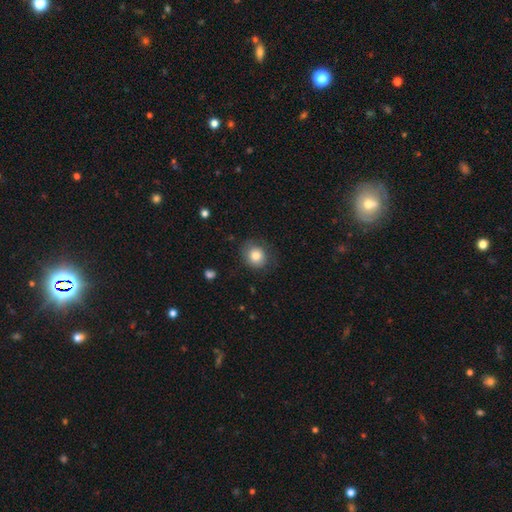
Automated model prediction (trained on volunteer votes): smooth_or_featured: smooth (p=0.81) [alt: featured or disk p=0.10]
how_rounded: round (p=0.80) [alt: in between p=0.19]
merging: none (p=0.77) [alt: minor disturbance p=0.16]